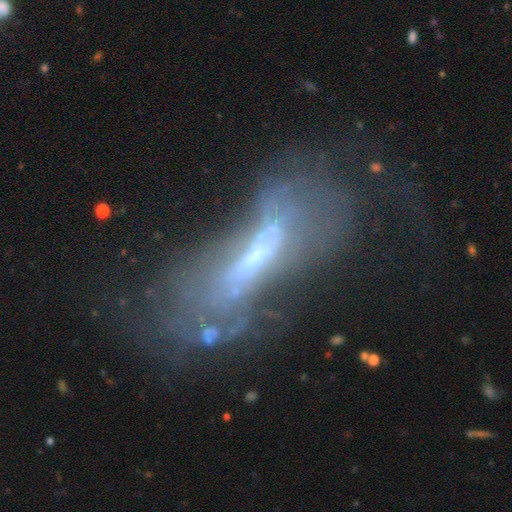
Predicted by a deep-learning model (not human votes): This appears to be a featured or disk galaxy (61%). Merging: major disturbance (38%).